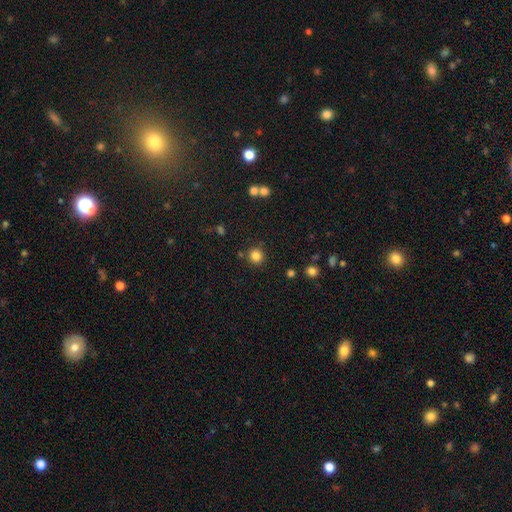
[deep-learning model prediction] This is clearly a smooth galaxy (83%). How rounded: clearly round (92%). Merging: clearly none (85%).